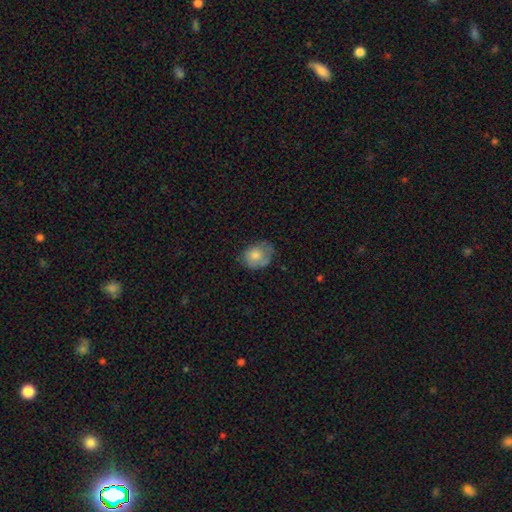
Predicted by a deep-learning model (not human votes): A smooth galaxy with no disk features (75%) that is round (59%). Merging: none (57%).